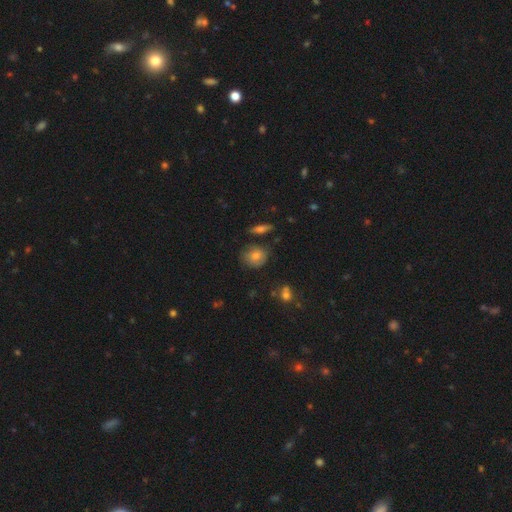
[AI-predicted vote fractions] This is likely a smooth galaxy (70%). How rounded: likely round (72%). Merging: likely none (73%).